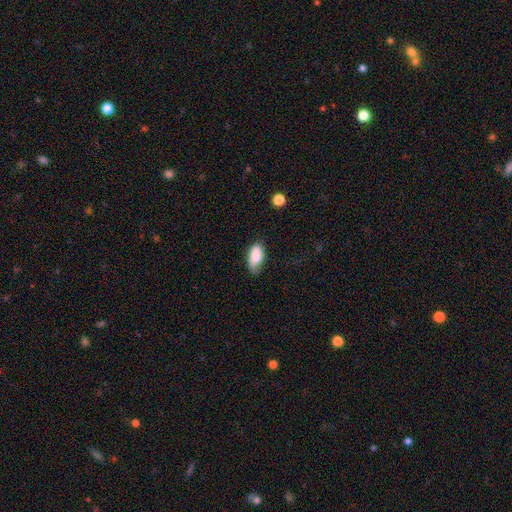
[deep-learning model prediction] Smooth or featured?
  - smooth: 82% *
  - featured or disk: 12%
  - star or artifact: 7%
How rounded?
  - in between: 90% *
  - cigar-shaped: 6%
  - round: 3%
Merging?
  - none: 54% *
  - minor disturbance: 35%
  - major disturbance: 9%
  - merger: 2%